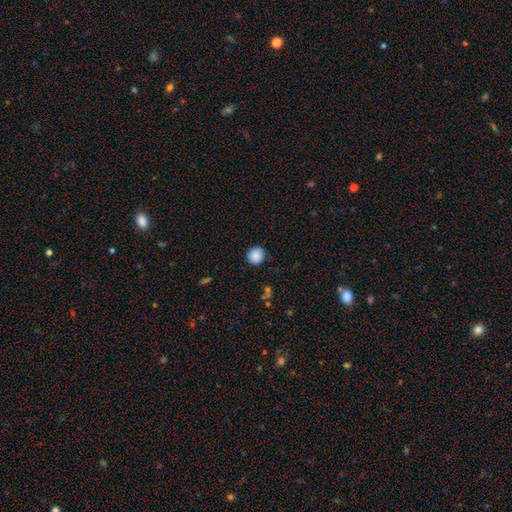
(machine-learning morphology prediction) Smooth or featured: smooth — 88% (star or artifact — 9%)
How rounded: round — 93% (in between — 6%)
Merging: none — 90% (minor disturbance — 7%)